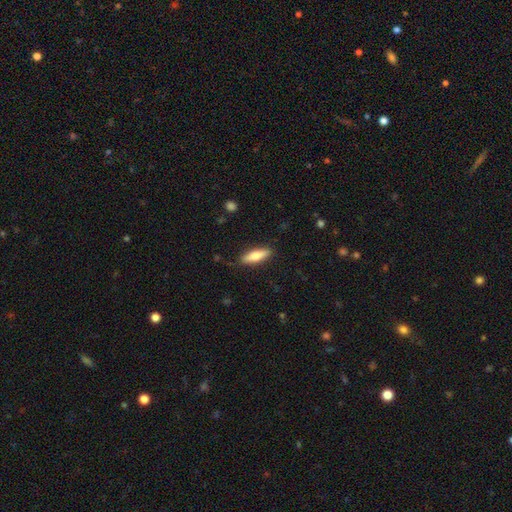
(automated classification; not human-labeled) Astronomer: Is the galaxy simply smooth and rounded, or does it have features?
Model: smooth — 73%.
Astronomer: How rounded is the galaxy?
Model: cigar-shaped — 57% (runner-up: in between, 41%).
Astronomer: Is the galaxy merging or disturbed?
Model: none — 86%.